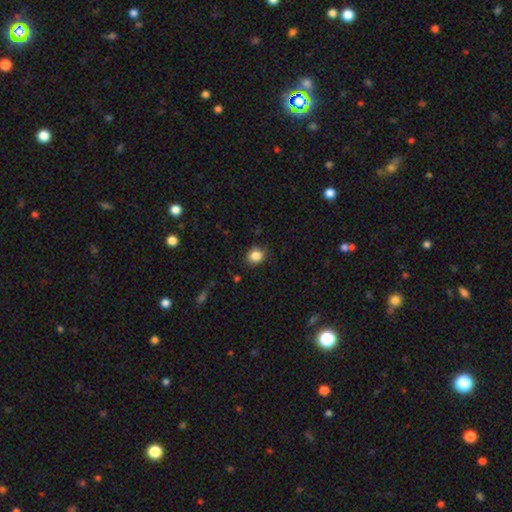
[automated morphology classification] smooth_or_featured: smooth (p=0.85) [alt: star or artifact p=0.10]
how_rounded: round (p=0.64) [alt: in between p=0.35]
merging: none (p=0.85) [alt: minor disturbance p=0.11]